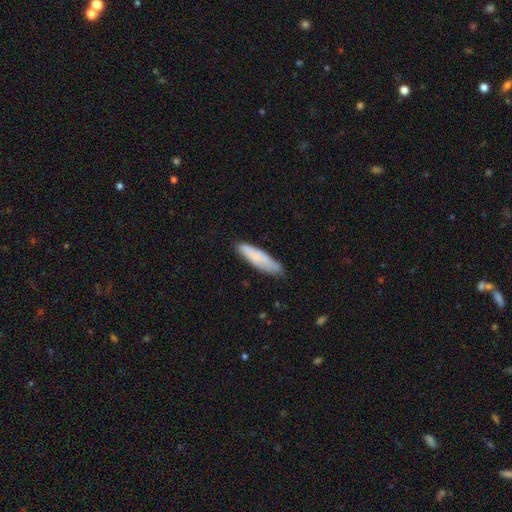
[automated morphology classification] Smooth or featured: smooth — 74% (featured or disk — 19%)
How rounded: cigar-shaped — 70% (in between — 29%)
Merging: none — 78% (minor disturbance — 17%)